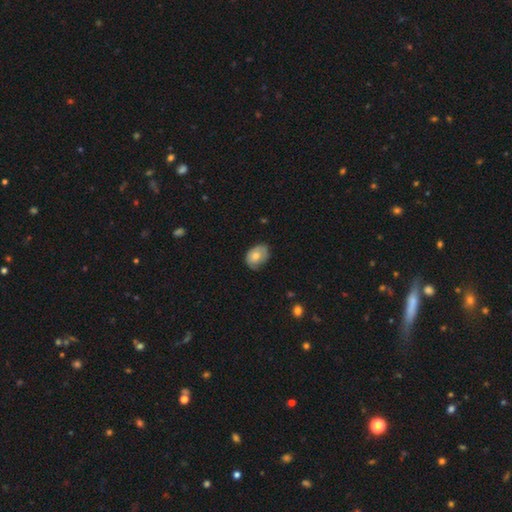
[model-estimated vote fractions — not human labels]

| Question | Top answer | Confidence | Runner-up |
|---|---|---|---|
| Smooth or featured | smooth | 73% | featured or disk (19%) |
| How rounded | in between | 73% | round (26%) |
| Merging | none | 61% | minor disturbance (32%) |